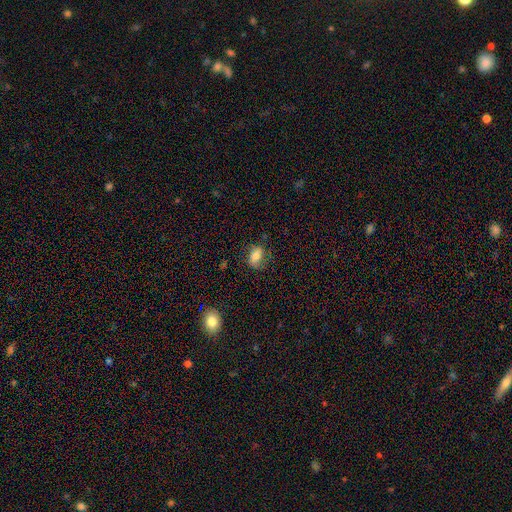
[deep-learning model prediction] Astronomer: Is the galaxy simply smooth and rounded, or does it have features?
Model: smooth — 79%.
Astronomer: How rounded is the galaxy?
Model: in between — 83%.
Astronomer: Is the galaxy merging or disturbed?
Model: none — 69%.